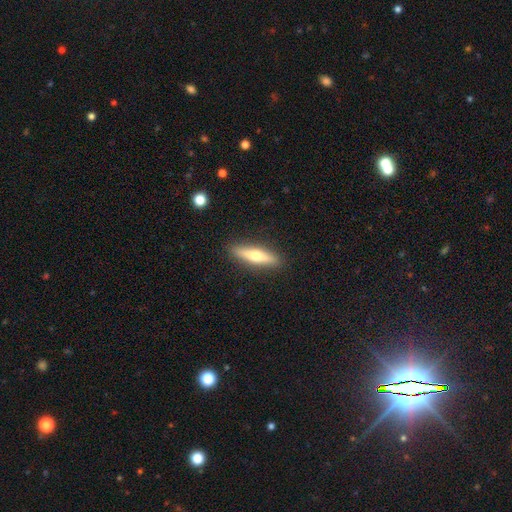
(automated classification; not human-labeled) Smooth or featured?
  - smooth: 48% *
  - featured or disk: 46%
  - star or artifact: 6%
Merging?
  - none: 91% *
  - minor disturbance: 7%
  - major disturbance: 2%
  - merger: 1%